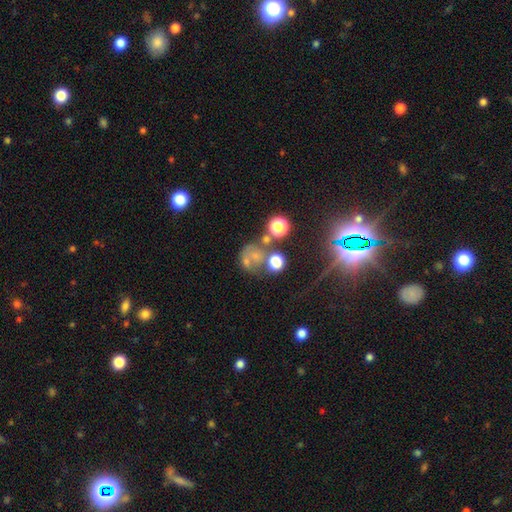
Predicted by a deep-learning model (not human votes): Q: Smooth or featured?
A: smooth (53%); runner-up: featured or disk (25%)
Q: How rounded?
A: round (76%); runner-up: in between (23%)
Q: Merging?
A: merger (36%); tied with: none (36%)